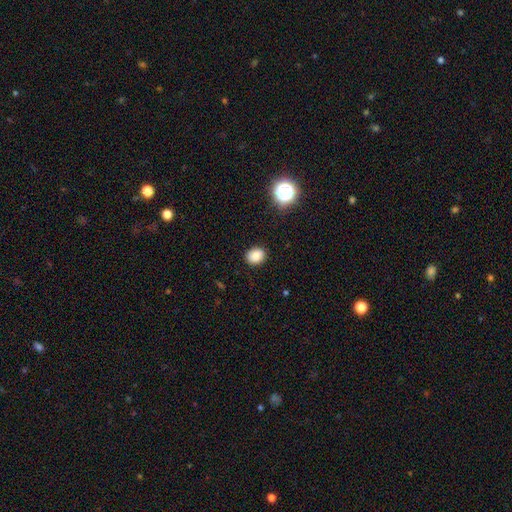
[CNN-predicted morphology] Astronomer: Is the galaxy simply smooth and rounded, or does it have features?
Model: smooth — 84%.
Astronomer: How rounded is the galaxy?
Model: round — 53% (runner-up: in between, 46%).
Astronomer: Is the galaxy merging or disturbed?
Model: none — 89%.